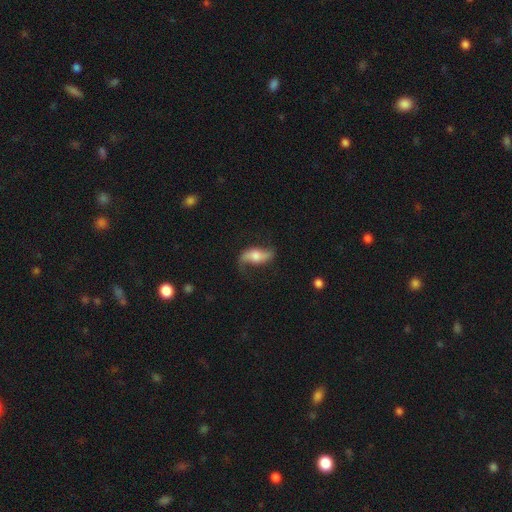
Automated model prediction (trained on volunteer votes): Smooth or featured? featured or disk (66%)
Edge-on disk? no (85%)
Bar? no (50%)
Spiral arms? yes (90%)
Spiral winding? loose (83%)
Spiral arm count? 2 (89%)
Bulge size? moderate (44%)
Merging? none (65%)